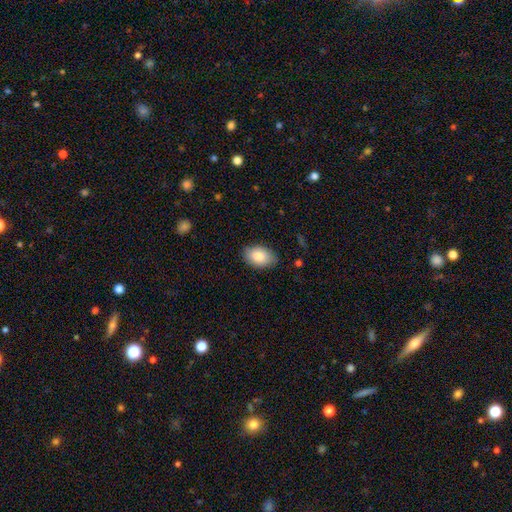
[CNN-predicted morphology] This appears to be a smooth galaxy with no disk features (86%) that is in between round and cigar-shaped (91%). Merging: none (83%).